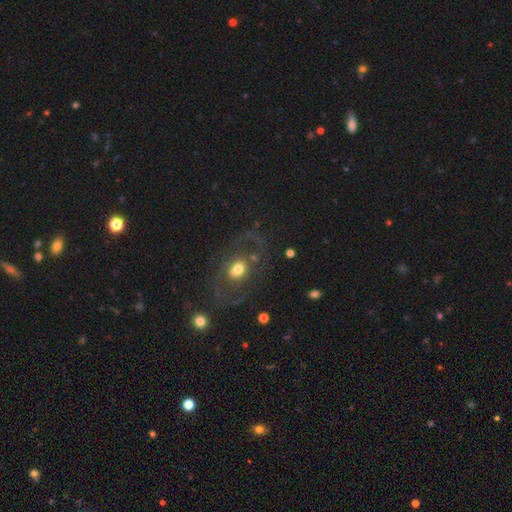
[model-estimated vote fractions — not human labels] Smooth or featured: featured or disk — 39% (smooth — 35%)
Merging: none — 74% (minor disturbance — 13%)